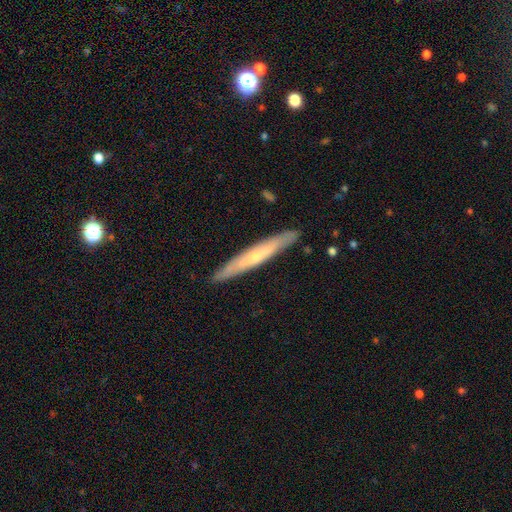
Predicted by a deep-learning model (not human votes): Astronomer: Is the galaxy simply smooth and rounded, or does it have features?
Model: featured or disk — 54% (runner-up: smooth, 41%).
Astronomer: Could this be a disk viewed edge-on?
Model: yes — 88%.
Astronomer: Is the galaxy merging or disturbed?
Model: none — 90%.